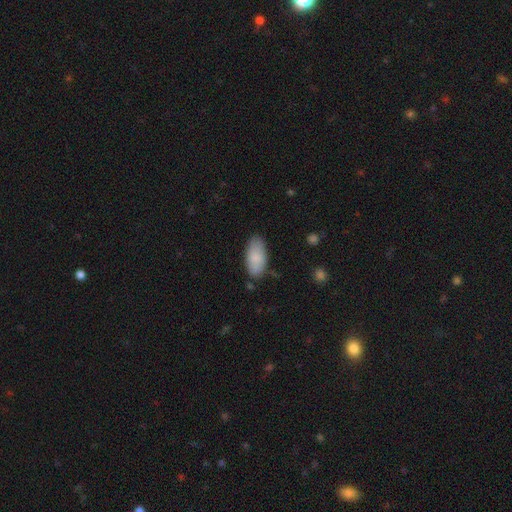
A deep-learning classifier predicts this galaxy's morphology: smooth-or-featured: smooth: 84% | featured or disk: 10% | star or artifact: 6%
  how-rounded: in between: 91% | cigar-shaped: 7% | round: 2%
  merging: none: 80% | minor disturbance: 15% | major disturbance: 3% | merger: 2%